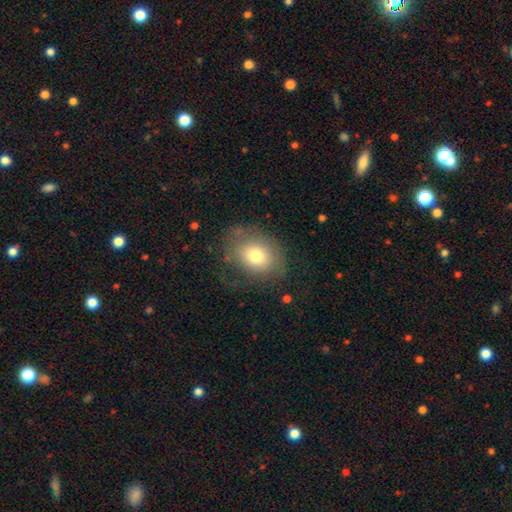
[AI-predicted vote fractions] smooth_or_featured: smooth (p=0.73) [alt: featured or disk p=0.17]
how_rounded: in between (p=0.54) [alt: round p=0.45]
merging: none (p=0.66) [alt: minor disturbance p=0.20]